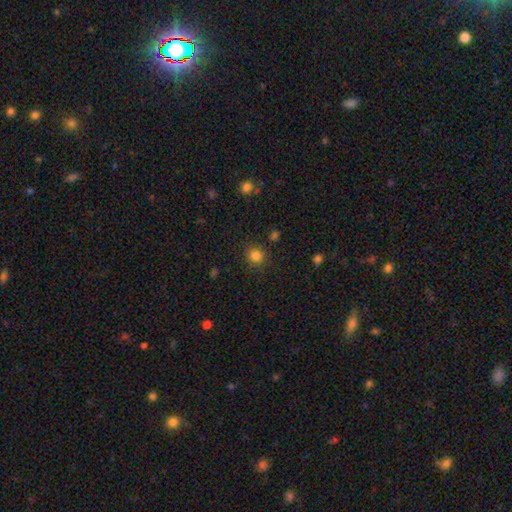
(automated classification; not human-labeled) Overall: smooth (83%). How rounded: round (87%). Merging: none (87%).